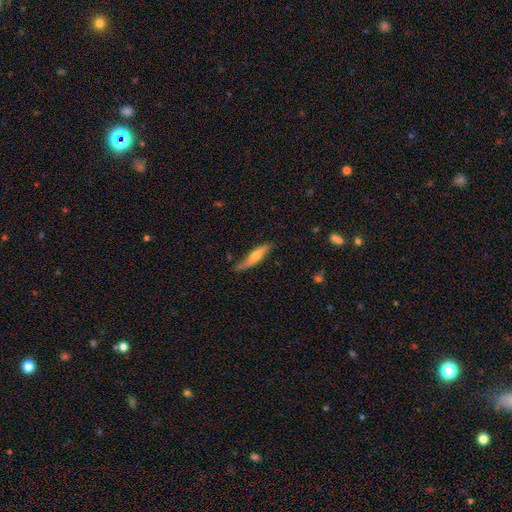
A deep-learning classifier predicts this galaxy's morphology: Smooth or featured? Predicted: smooth (p=0.53). How rounded? Predicted: cigar-shaped (p=0.80). Merging? Predicted: none (p=0.64).